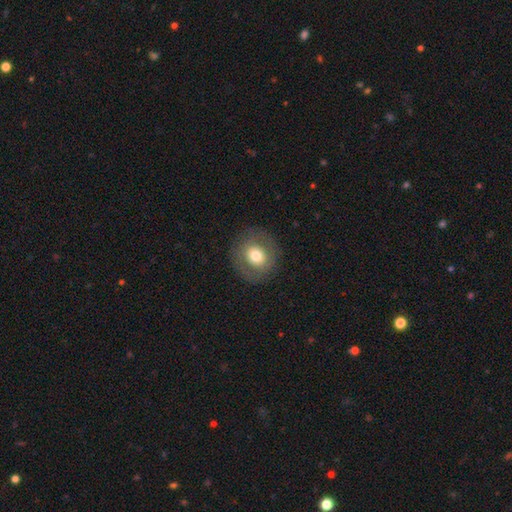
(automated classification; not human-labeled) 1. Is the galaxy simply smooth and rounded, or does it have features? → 65% smooth, 26% featured or disk, 9% star or artifact.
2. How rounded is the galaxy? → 84% round, 15% in between, 1% cigar-shaped.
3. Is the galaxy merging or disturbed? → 85% none, 9% minor disturbance, 5% major disturbance, 1% merger.